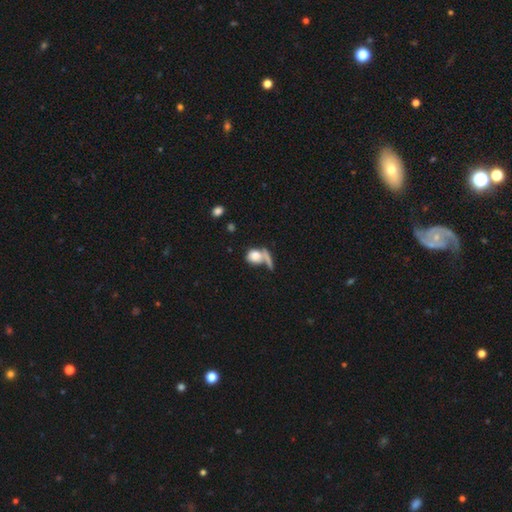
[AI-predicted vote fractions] Overall: smooth (75%). How rounded: round (56%; in between 39%). Merging: merger (37%; none 33%).